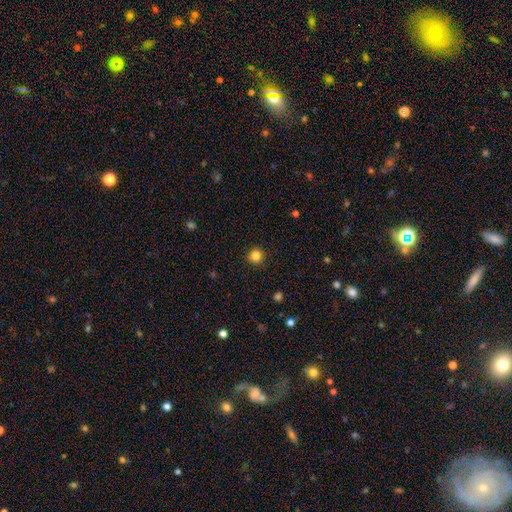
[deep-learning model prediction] The model was most divided on "smooth or featured": smooth: 83%, star or artifact: 12%, featured or disk: 5%. More confident: how rounded — round (93%); merging — none (92%).